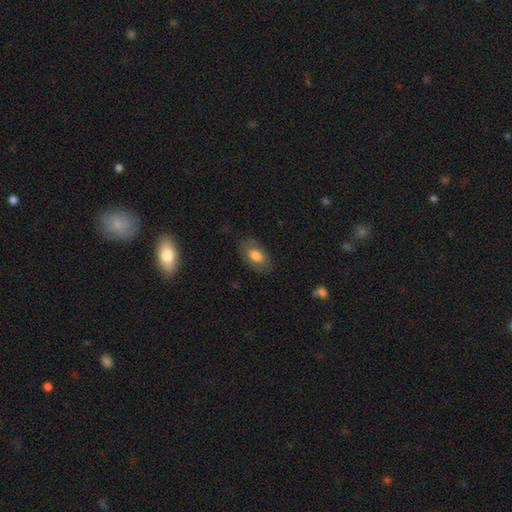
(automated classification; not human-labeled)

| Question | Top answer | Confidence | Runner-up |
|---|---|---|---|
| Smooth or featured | smooth | 73% | featured or disk (20%) |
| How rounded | in between | 91% | round (6%) |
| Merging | none | 79% | minor disturbance (15%) |